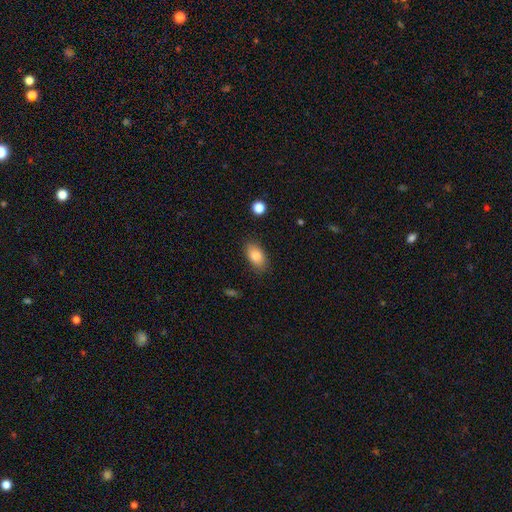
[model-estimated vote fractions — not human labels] Morphology: type=smooth (86%); roundness=in between (91%); merging=none (82%).